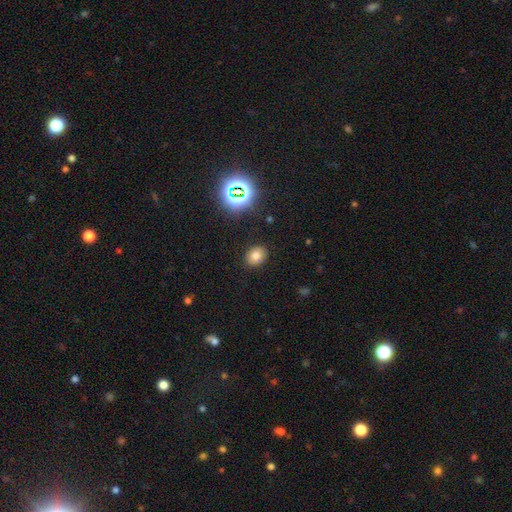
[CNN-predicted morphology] smooth-or-featured: smooth: 72% | star or artifact: 18% | featured or disk: 10%
  how-rounded: round: 50% | in between: 49% | cigar-shaped: 1%
  merging: none: 87% | minor disturbance: 9% | major disturbance: 3% | merger: 1%